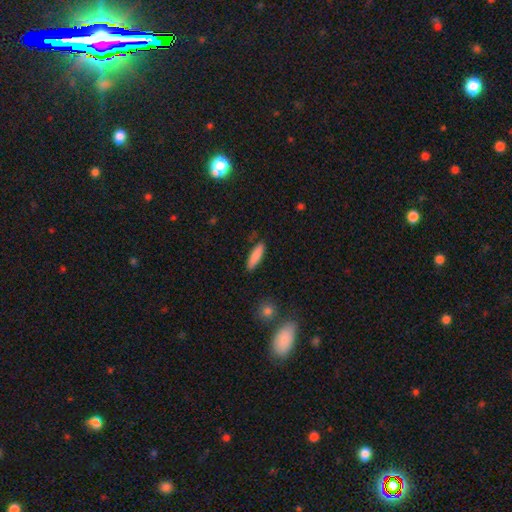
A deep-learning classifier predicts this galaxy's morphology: Smooth or featured? Predicted: smooth (p=0.86). How rounded? Predicted: cigar-shaped (p=0.66). Merging? Predicted: none (p=0.87).